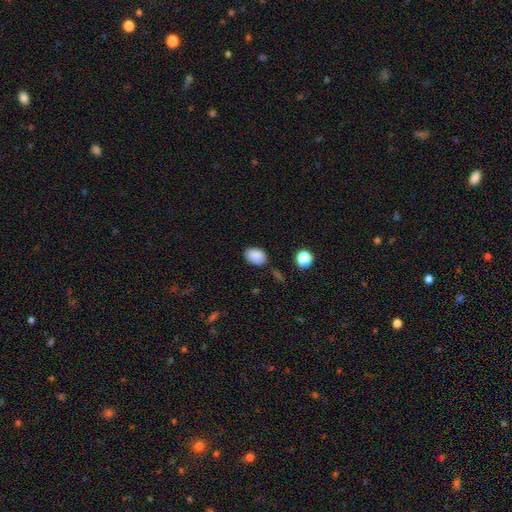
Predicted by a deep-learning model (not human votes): Smooth or featured: smooth — 87% (star or artifact — 8%)
How rounded: in between — 79% (round — 20%)
Merging: none — 78% (minor disturbance — 16%)